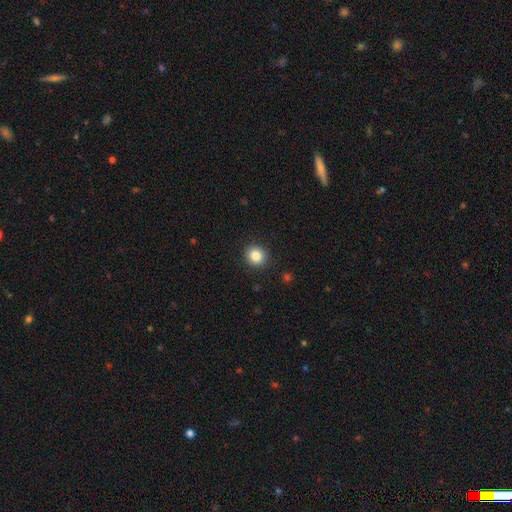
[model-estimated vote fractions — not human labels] smooth 85%, star or artifact 10%, featured or disk 5%. Down the decision tree: how rounded — round (85%); merging — none (91%).